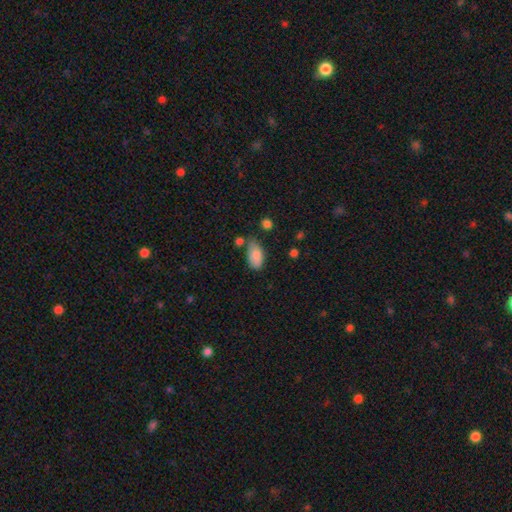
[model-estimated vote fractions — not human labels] smooth-or-featured: smooth: 86% | star or artifact: 7% | featured or disk: 7%
  how-rounded: in between: 93% | round: 4% | cigar-shaped: 3%
  merging: none: 58% | minor disturbance: 28% | merger: 8% | major disturbance: 7%